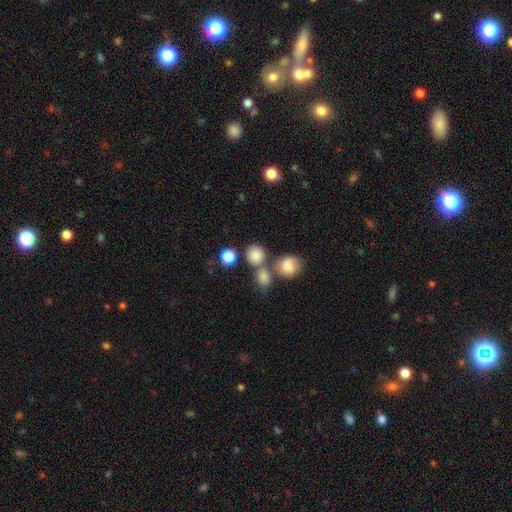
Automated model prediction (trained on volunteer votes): Overall: smooth (82%). How rounded: round (83%). Merging: none (56%; merger 30%).